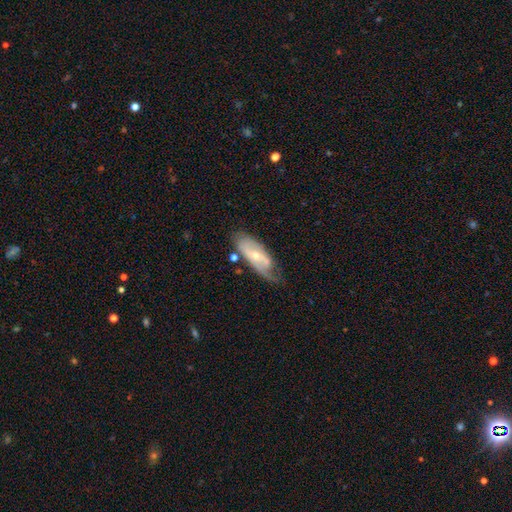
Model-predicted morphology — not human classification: smooth_or_featured: featured or disk (p=0.67) [alt: smooth p=0.27]
disk_edge_on: no (p=0.87) [alt: yes p=0.13]
bar: no (p=0.52) [alt: weak p=0.34]
has_spiral_arms: yes (p=0.75) [alt: no p=0.25]
bulge_size: small (p=0.60) [alt: moderate p=0.37]
merging: none (p=0.51) [alt: minor disturbance p=0.30]